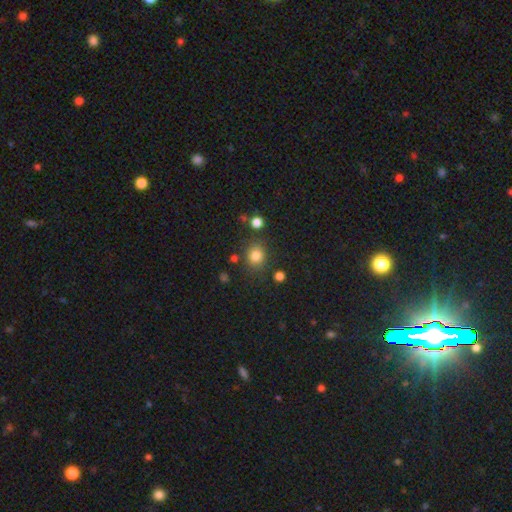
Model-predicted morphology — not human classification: This is clearly a smooth galaxy (81%). How rounded: likely round (73%). Merging: likely none (78%).